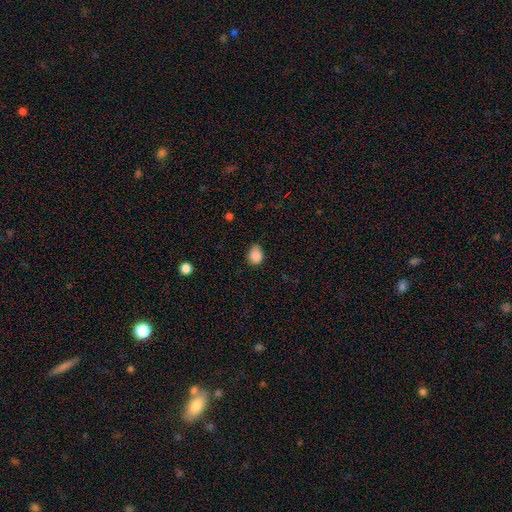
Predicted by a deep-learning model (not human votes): smooth-or-featured: smooth: 86% | star or artifact: 9% | featured or disk: 4%
  how-rounded: in between: 50% | round: 49% | cigar-shaped: 1%
  merging: none: 61% | minor disturbance: 31% | major disturbance: 6% | merger: 2%